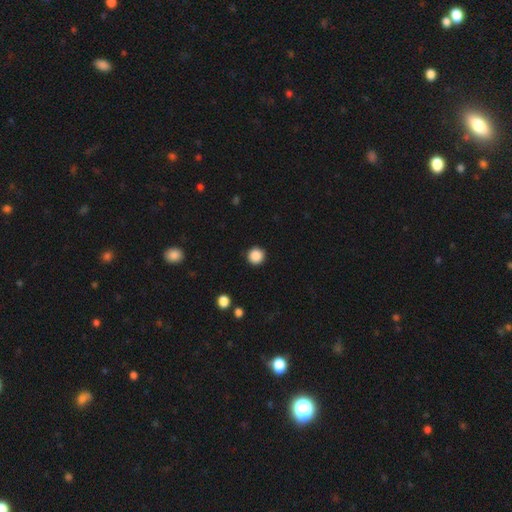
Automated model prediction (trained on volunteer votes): smooth_or_featured: smooth (p=0.88) [alt: star or artifact p=0.10]
how_rounded: round (p=0.95) [alt: in between p=0.04]
merging: none (p=0.91) [alt: minor disturbance p=0.06]